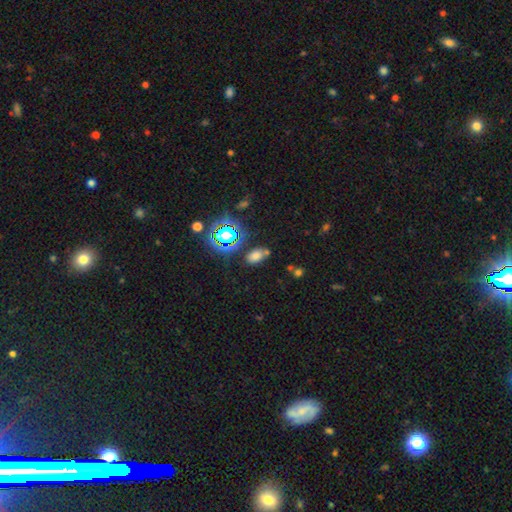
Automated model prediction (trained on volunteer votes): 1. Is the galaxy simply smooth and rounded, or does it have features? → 65% smooth, 27% star or artifact, 8% featured or disk.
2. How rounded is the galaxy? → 86% in between, 11% round, 2% cigar-shaped.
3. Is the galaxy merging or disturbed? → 69% none, 16% minor disturbance, 10% merger, 5% major disturbance.